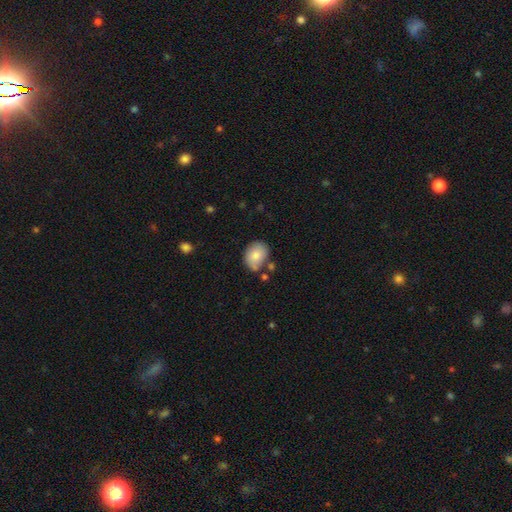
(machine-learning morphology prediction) Smooth or featured?
  - smooth: 80% *
  - featured or disk: 13%
  - star or artifact: 8%
How rounded?
  - in between: 62% *
  - round: 37%
  - cigar-shaped: 1%
Merging?
  - none: 66% *
  - minor disturbance: 21%
  - merger: 8%
  - major disturbance: 5%